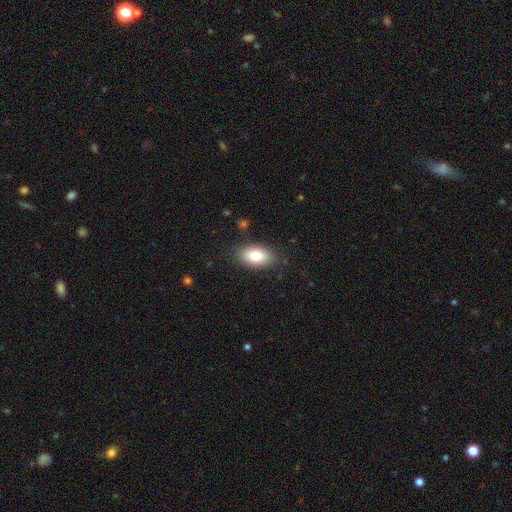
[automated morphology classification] smooth-or-featured: smooth: 79% | featured or disk: 13% | star or artifact: 8%
  how-rounded: in between: 91% | round: 7% | cigar-shaped: 2%
  merging: none: 85% | minor disturbance: 10% | major disturbance: 3% | merger: 1%